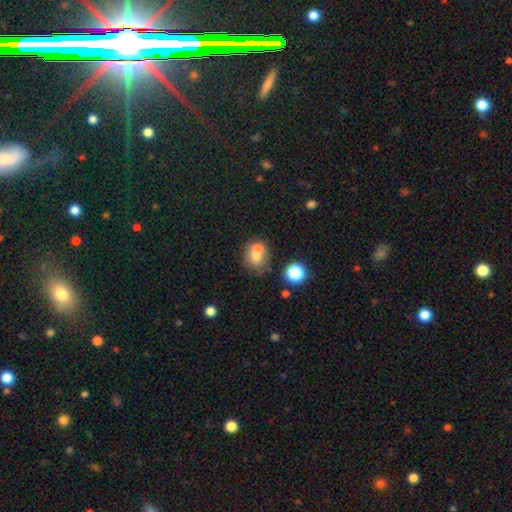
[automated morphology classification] smooth-or-featured: smooth: 65% | featured or disk: 22% | star or artifact: 13%
  how-rounded: round: 66% | in between: 33% | cigar-shaped: 1%
  merging: merger: 55% | none: 31% | minor disturbance: 9% | major disturbance: 5%